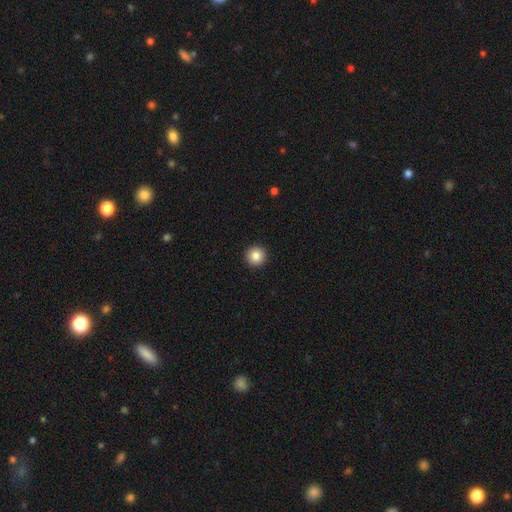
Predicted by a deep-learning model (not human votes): smooth_or_featured: smooth (p=0.85) [alt: star or artifact p=0.10]
how_rounded: round (p=0.96) [alt: in between p=0.03]
merging: none (p=0.94) [alt: minor disturbance p=0.04]